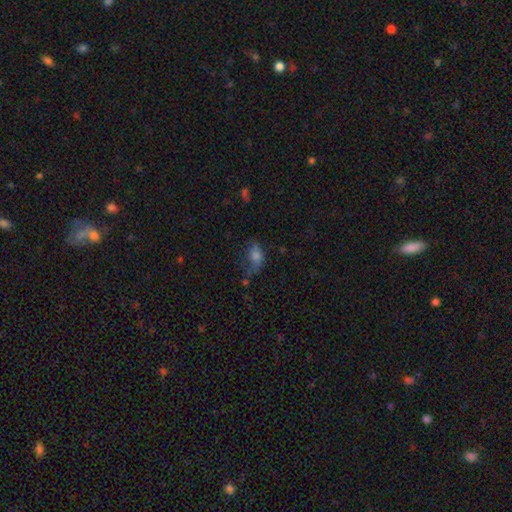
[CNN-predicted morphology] smooth 67%, featured or disk 18%, star or artifact 15%. Down the decision tree: how rounded — in between (84%); merging — none (46%).